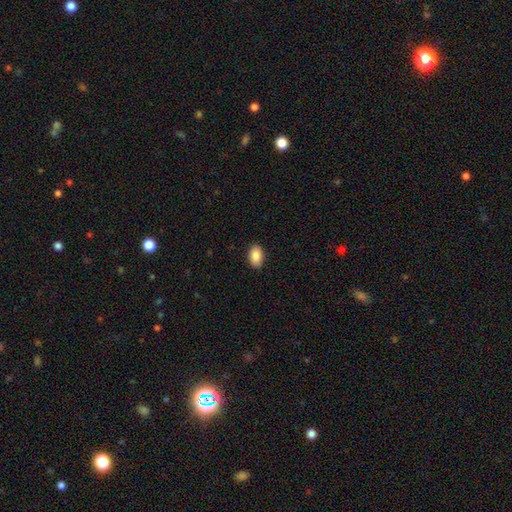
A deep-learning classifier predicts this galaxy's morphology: Overall: smooth (88%). How rounded: in between (90%). Merging: none (89%).